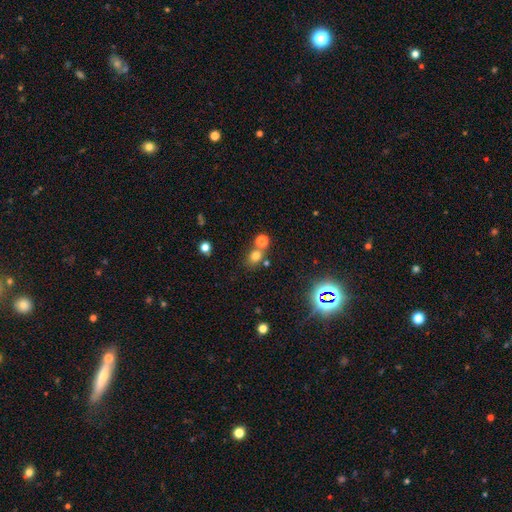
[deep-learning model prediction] smooth_or_featured: smooth (p=0.72) [alt: star or artifact p=0.20]
how_rounded: round (p=0.64) [alt: in between p=0.35]
merging: none (p=0.60) [alt: merger p=0.27]